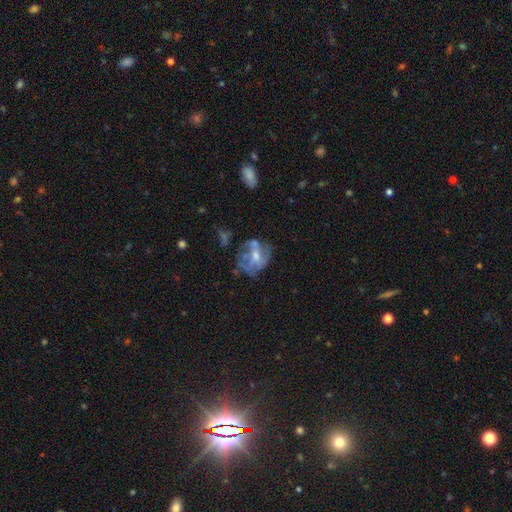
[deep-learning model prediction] featured or disk 66%, smooth 22%, star or artifact 12%. Down the decision tree: edge-on disk — no (96%); bar — no (57%); spiral arms — yes (51%); bulge size — moderate (53%); merging — none (49%).